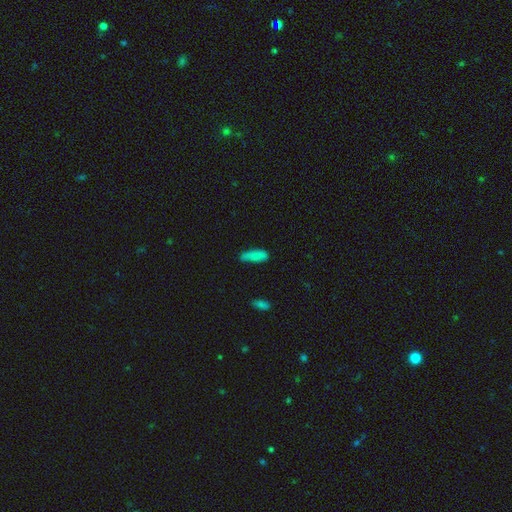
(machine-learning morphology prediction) A smooth galaxy with no disk features (83%) that is in between round and cigar-shaped (58%). Merging: none (56%).